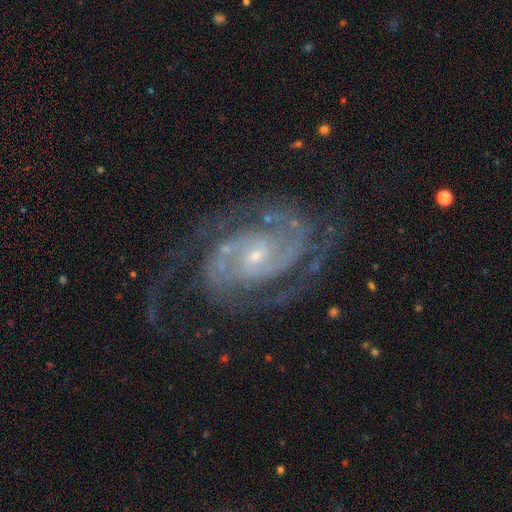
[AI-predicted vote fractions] Morphology: type=featured or disk (92%); edge-on=no (98%); bar=no (45%); spiral arms=yes (99%); winding=tight (55%); arm count=2 (78%); bulge=small (76%); merging=none (72%).